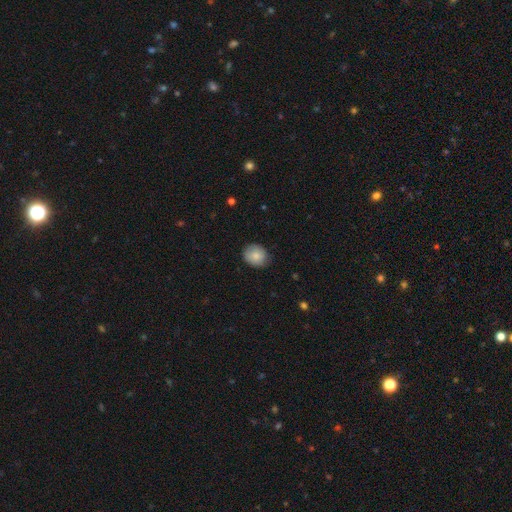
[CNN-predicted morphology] Smooth or featured: smooth — 83% (featured or disk — 10%)
How rounded: round — 62% (in between — 37%)
Merging: none — 81% (minor disturbance — 15%)